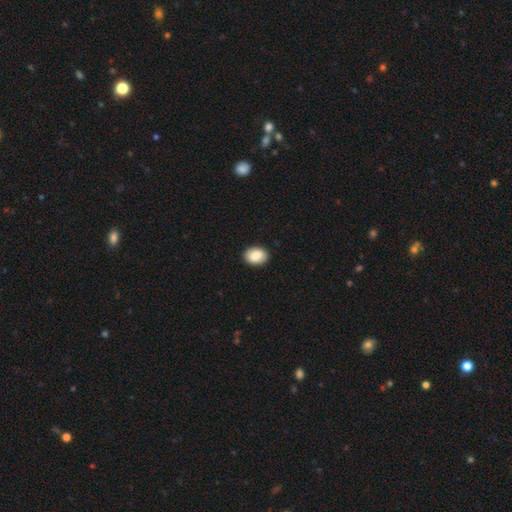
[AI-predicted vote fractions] Overall: smooth (86%). How rounded: in between (76%). Merging: none (91%).